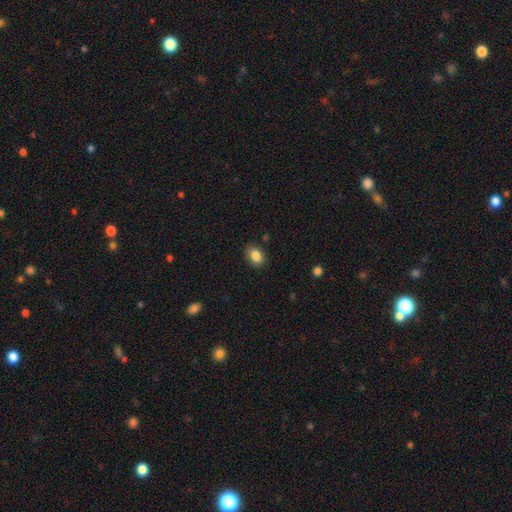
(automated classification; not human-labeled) The model was most divided on "how rounded": in between: 78%, round: 21%, cigar-shaped: 1%. More confident: merging — none (86%); smooth or featured — smooth (86%).